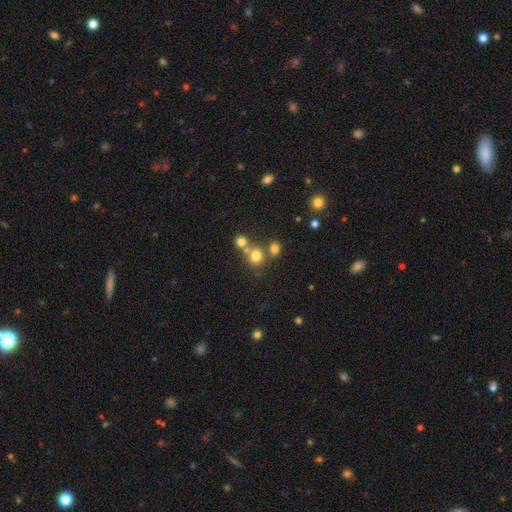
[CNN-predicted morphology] Overall: smooth (74%). How rounded: round (84%). Merging: none (53%; merger 35%).